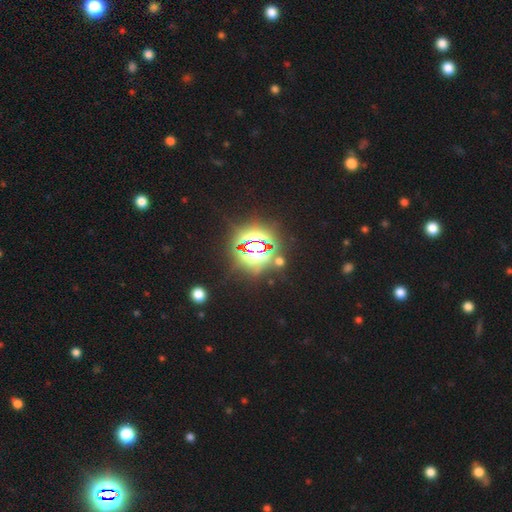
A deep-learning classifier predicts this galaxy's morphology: Smooth or featured?
  - star or artifact: 81% *
  - smooth: 10%
  - featured or disk: 9%